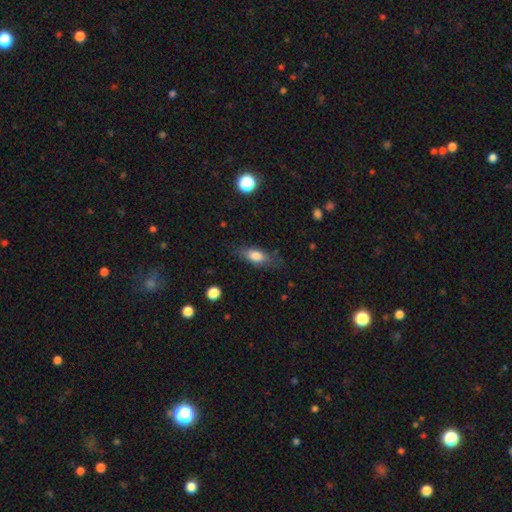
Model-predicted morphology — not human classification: Smooth or featured?
  - smooth: 74% *
  - featured or disk: 19%
  - star or artifact: 8%
How rounded?
  - in between: 72% *
  - cigar-shaped: 24%
  - round: 4%
Merging?
  - none: 73% *
  - minor disturbance: 19%
  - major disturbance: 6%
  - merger: 2%